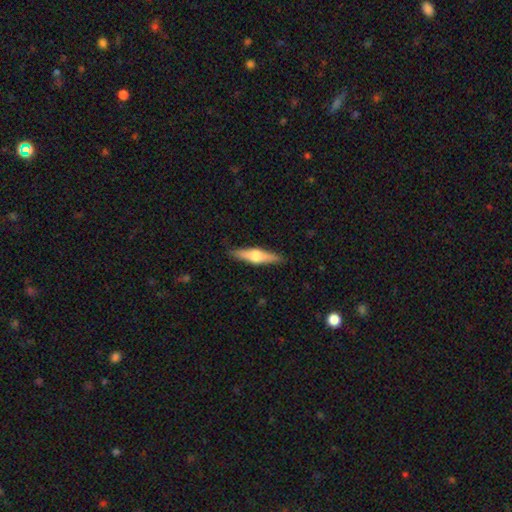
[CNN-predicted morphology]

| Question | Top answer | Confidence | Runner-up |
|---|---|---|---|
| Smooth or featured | featured or disk | 59% | smooth (35%) |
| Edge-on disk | yes | 96% | no (4%) |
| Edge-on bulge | rounded | 94% | boxy (4%) |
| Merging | none | 88% | minor disturbance (9%) |